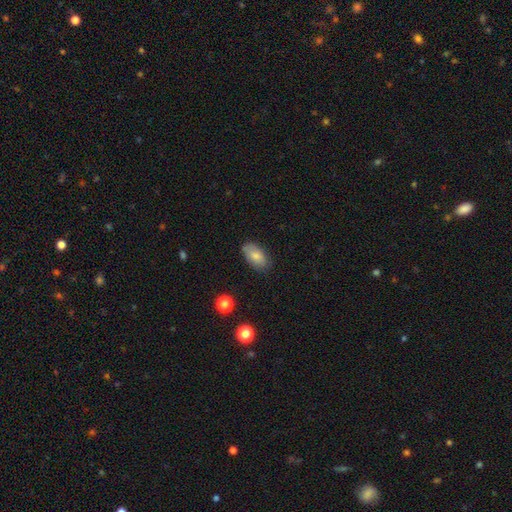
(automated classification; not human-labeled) A smooth galaxy with no disk features (78%) that is in between round and cigar-shaped (93%). Merging: none (78%).